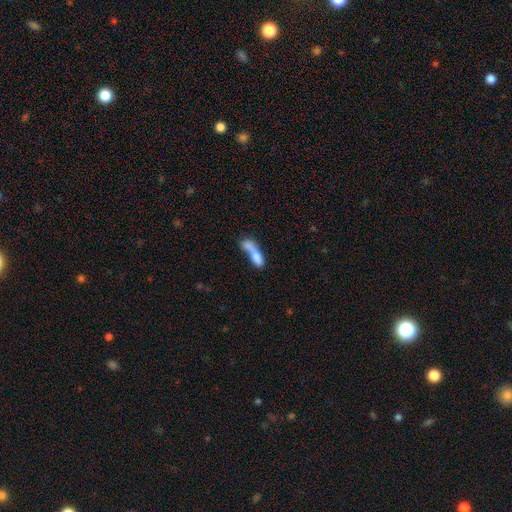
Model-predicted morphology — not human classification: Overall: smooth (69%). How rounded: cigar-shaped (49%; in between 46%). Merging: merger (54%; none 19%).